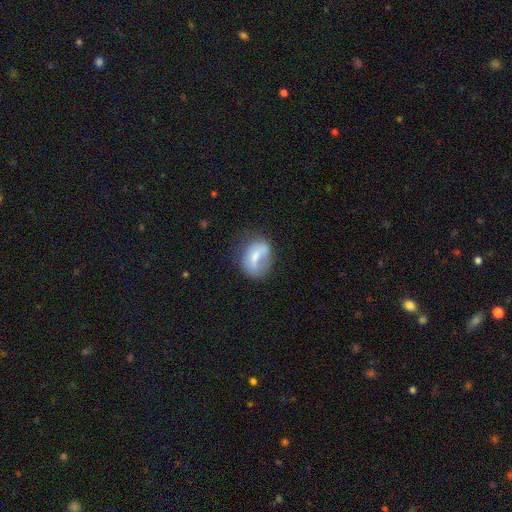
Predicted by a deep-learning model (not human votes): smooth_or_featured: smooth (p=0.62) [alt: featured or disk p=0.30]
how_rounded: in between (p=0.61) [alt: round p=0.38]
merging: none (p=0.45) [alt: minor disturbance p=0.29]